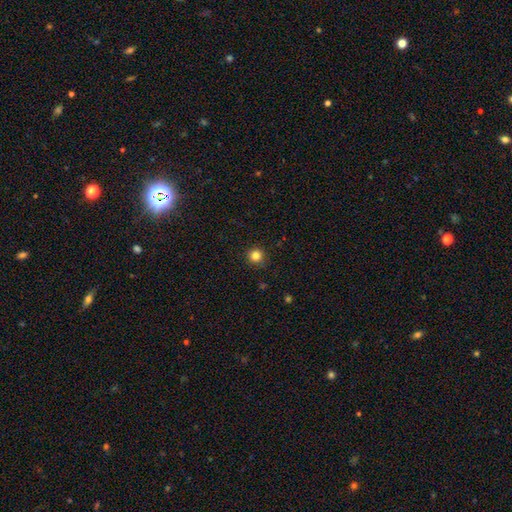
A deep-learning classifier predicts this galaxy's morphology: This appears to be a smooth galaxy with no disk features (83%) that is round (95%). Merging: none (91%).